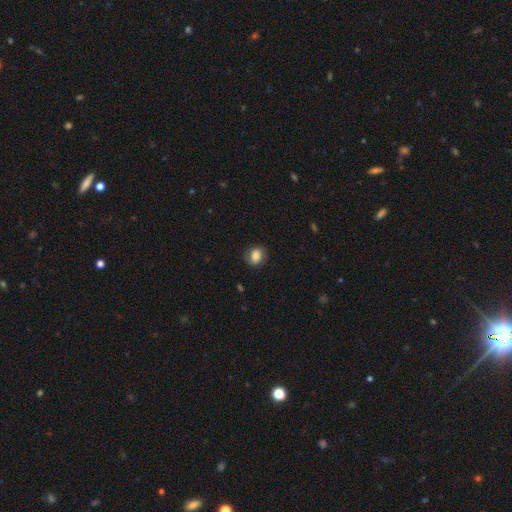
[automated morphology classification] Smooth or featured: smooth — 80% (featured or disk — 11%)
How rounded: round — 53% (in between — 46%)
Merging: none — 79% (minor disturbance — 16%)